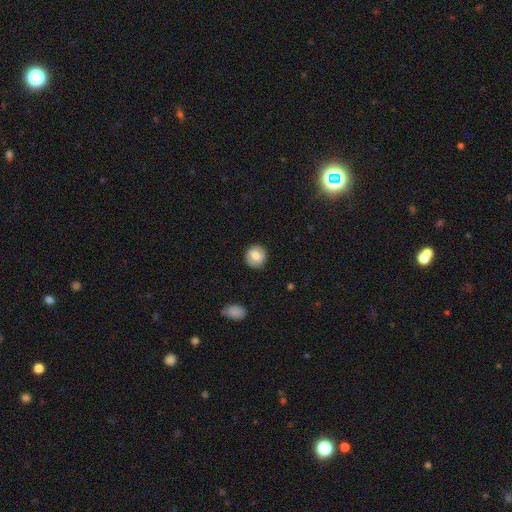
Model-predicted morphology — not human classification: Q: Smooth or featured?
A: smooth (70%); runner-up: featured or disk (22%)
Q: How rounded?
A: round (81%); runner-up: in between (18%)
Q: Merging?
A: none (84%); runner-up: minor disturbance (11%)